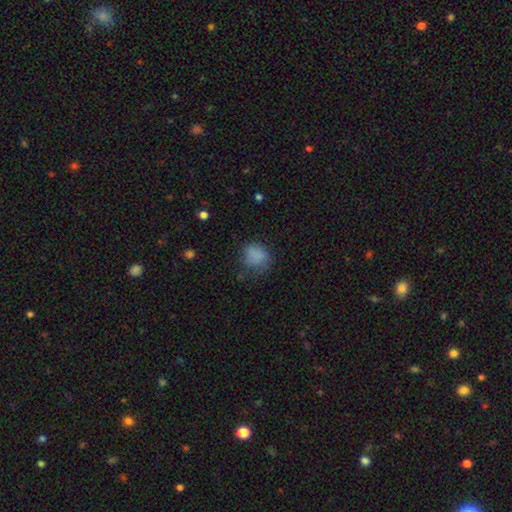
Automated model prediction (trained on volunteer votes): Overall: smooth (81%). How rounded: round (72%). Merging: none (59%; minor disturbance 26%).